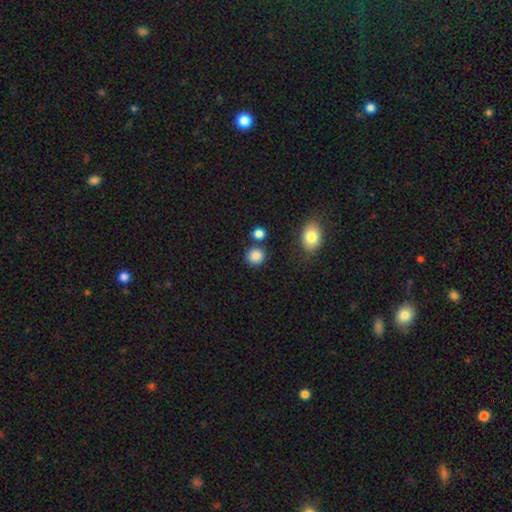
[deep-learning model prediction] Smooth or featured: smooth — 87% (star or artifact — 9%)
How rounded: round — 84% (in between — 15%)
Merging: none — 80% (minor disturbance — 9%)